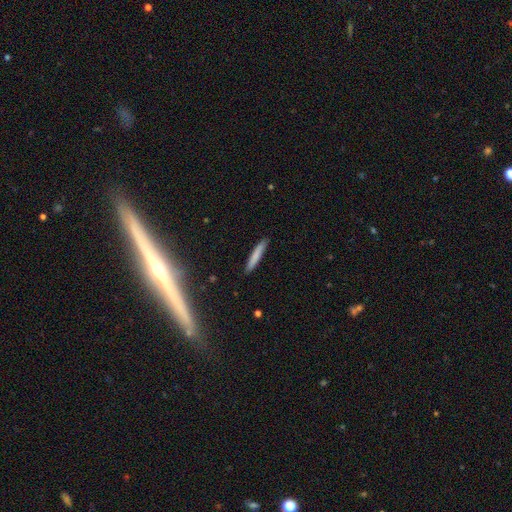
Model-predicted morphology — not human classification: Smooth or featured? smooth (78%)
How rounded? cigar-shaped (94%)
Merging? none (90%)